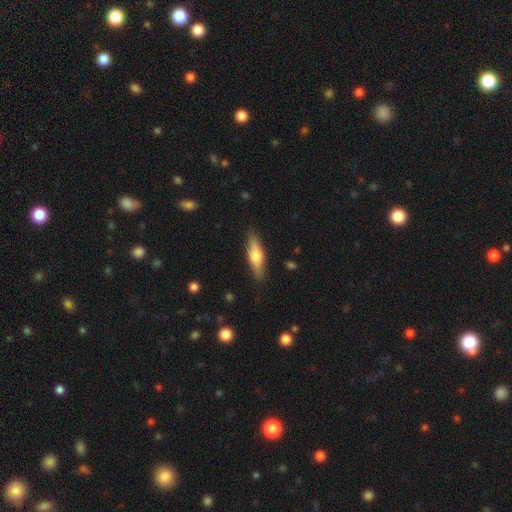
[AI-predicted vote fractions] A smooth galaxy with no disk features (54%) that is cigar-shaped (61%).

Vote fractions:
- Smooth or featured? smooth: 54% / featured or disk: 40% / star or artifact: 6%
- How rounded? cigar-shaped: 61% / in between: 37% / round: 2%
- Merging? none: 87% / minor disturbance: 10% / major disturbance: 2% / merger: 1%